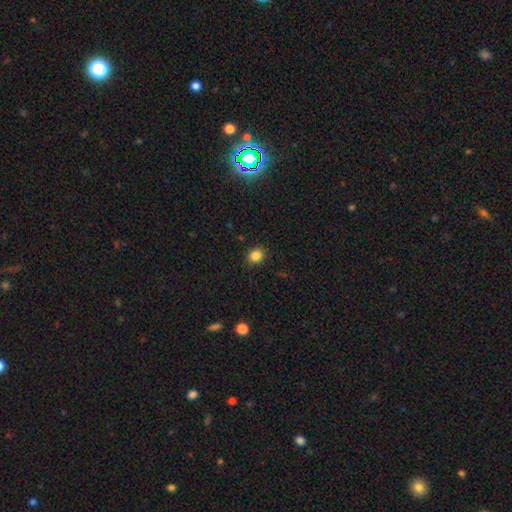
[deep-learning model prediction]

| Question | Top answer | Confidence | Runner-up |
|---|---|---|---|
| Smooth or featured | smooth | 85% | star or artifact (11%) |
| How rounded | round | 63% | in between (36%) |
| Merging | none | 89% | minor disturbance (8%) |